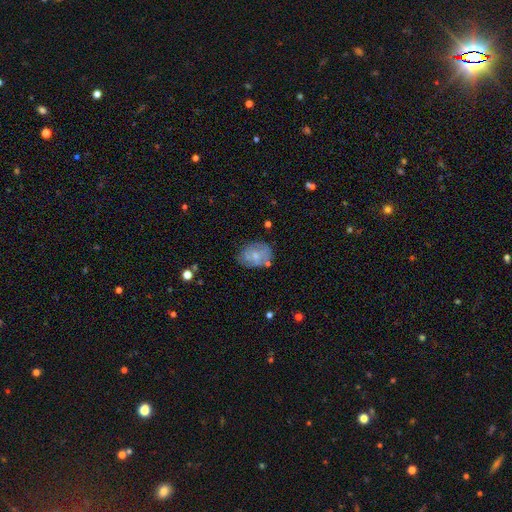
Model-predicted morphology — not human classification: Q: Smooth or featured?
A: smooth (50%); runner-up: featured or disk (43%)
Q: Merging?
A: none (62%); runner-up: minor disturbance (25%)